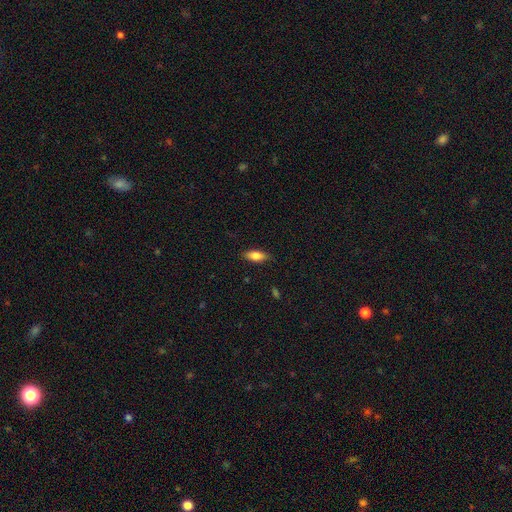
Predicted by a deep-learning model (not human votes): smooth_or_featured: smooth (p=0.81) [alt: featured or disk p=0.12]
how_rounded: in between (p=0.78) [alt: cigar-shaped p=0.19]
merging: none (p=0.85) [alt: minor disturbance p=0.12]